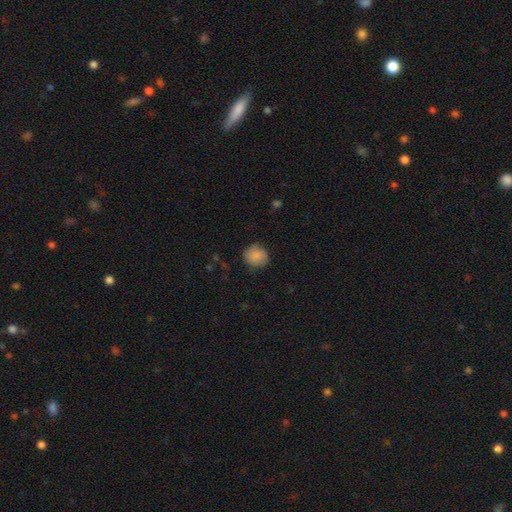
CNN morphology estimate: Overall: smooth (87%). How rounded: round (87%). Merging: none (82%).